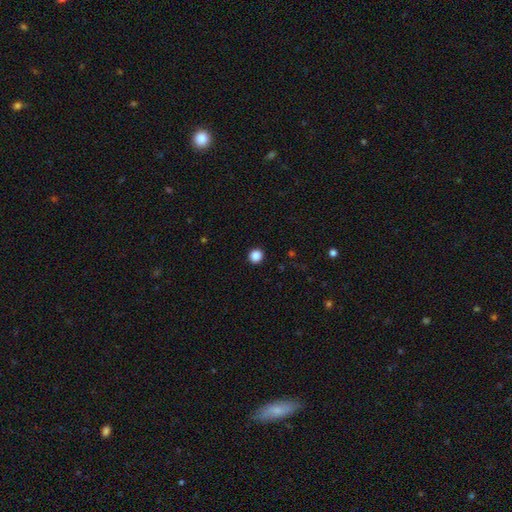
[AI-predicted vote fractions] A smooth galaxy with no disk features (87%) that is round (91%).

Vote fractions:
- Smooth or featured? smooth: 87% / star or artifact: 10% / featured or disk: 3%
- How rounded? round: 91% / in between: 8% / cigar-shaped: 1%
- Merging? none: 93% / minor disturbance: 4% / major disturbance: 2% / merger: 1%